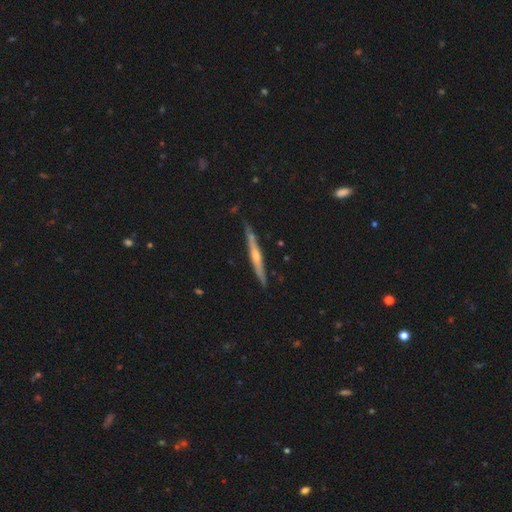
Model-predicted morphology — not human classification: smooth_or_featured: featured or disk (p=0.77) [alt: smooth p=0.17]
disk_edge_on: yes (p=0.97) [alt: no p=0.03]
edge_on_bulge: rounded (p=0.81) [alt: none p=0.14]
merging: none (p=0.88) [alt: minor disturbance p=0.09]